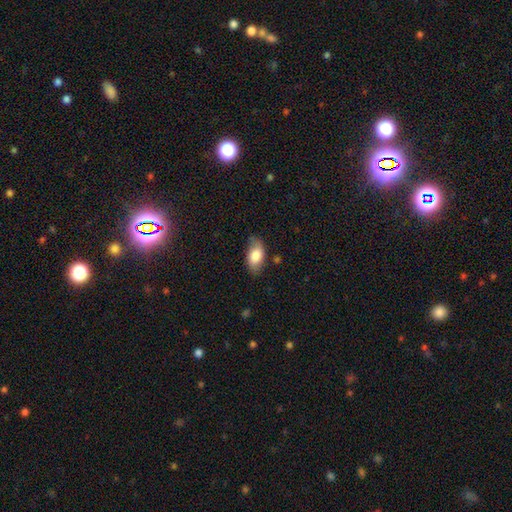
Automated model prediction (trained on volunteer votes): smooth_or_featured: smooth (p=0.77) [alt: featured or disk p=0.16]
how_rounded: in between (p=0.93) [alt: round p=0.04]
merging: none (p=0.71) [alt: minor disturbance p=0.22]